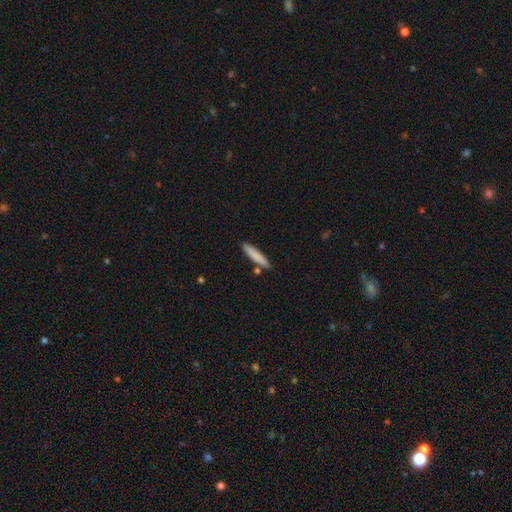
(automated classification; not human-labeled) Smooth or featured: smooth — 81% (featured or disk — 13%)
How rounded: cigar-shaped — 89% (in between — 9%)
Merging: none — 83% (minor disturbance — 10%)